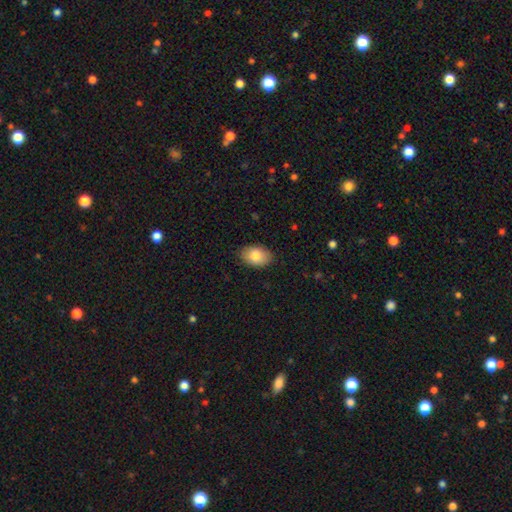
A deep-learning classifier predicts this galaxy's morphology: Smooth or featured? smooth (84%)
How rounded? in between (89%)
Merging? none (86%)